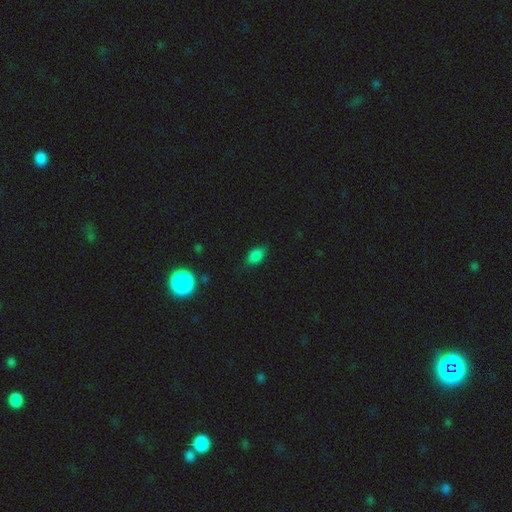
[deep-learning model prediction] smooth 82%, star or artifact 13%, featured or disk 5%. Down the decision tree: how rounded — in between (89%); merging — none (78%).